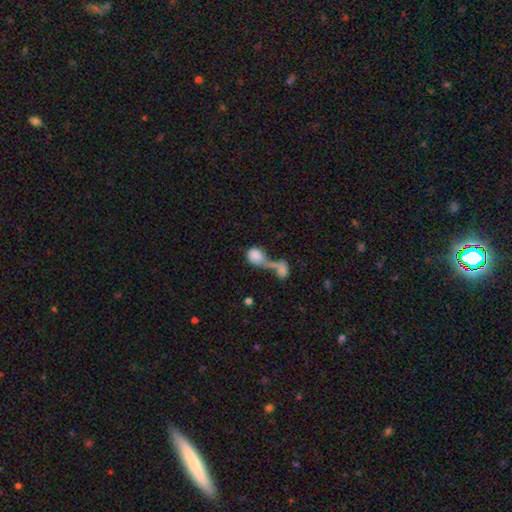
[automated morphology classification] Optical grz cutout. It shows a smooth galaxy with no disk features (76%) that is round (52%). Merging: merger (65%).